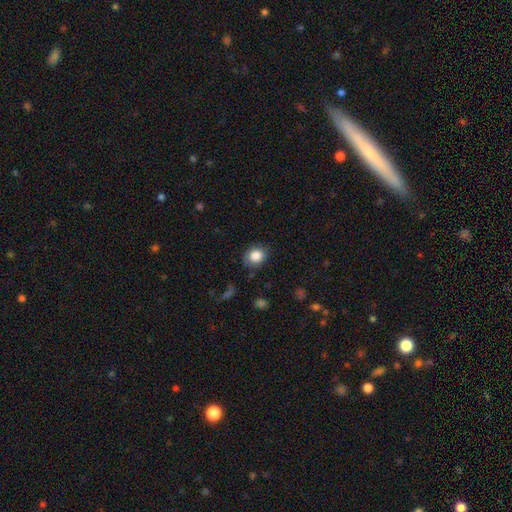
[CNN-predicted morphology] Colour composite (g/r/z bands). It shows a smooth galaxy with no disk features (85%) that is round (61%). Merging: none (80%).